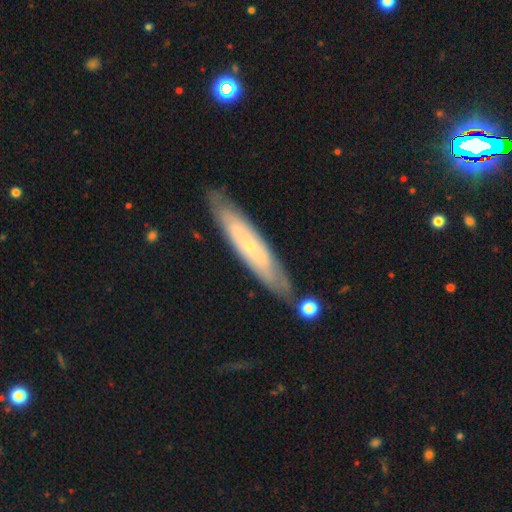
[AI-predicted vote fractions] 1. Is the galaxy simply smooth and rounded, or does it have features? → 54% featured or disk, 40% smooth, 6% star or artifact.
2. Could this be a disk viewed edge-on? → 56% yes, 44% no.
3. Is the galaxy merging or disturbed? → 80% none, 13% minor disturbance, 4% merger, 3% major disturbance.